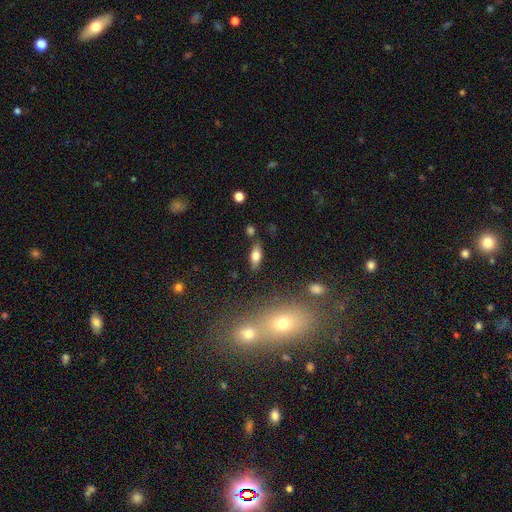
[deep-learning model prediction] smooth_or_featured: smooth (p=0.70) [alt: featured or disk p=0.22]
how_rounded: in between (p=0.79) [alt: cigar-shaped p=0.17]
merging: none (p=0.79) [alt: minor disturbance p=0.13]